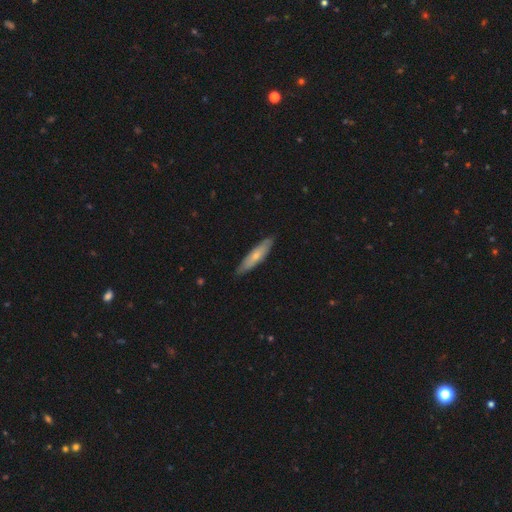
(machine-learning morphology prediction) type=smooth (59%); roundness=cigar-shaped (76%); merging=none (85%).